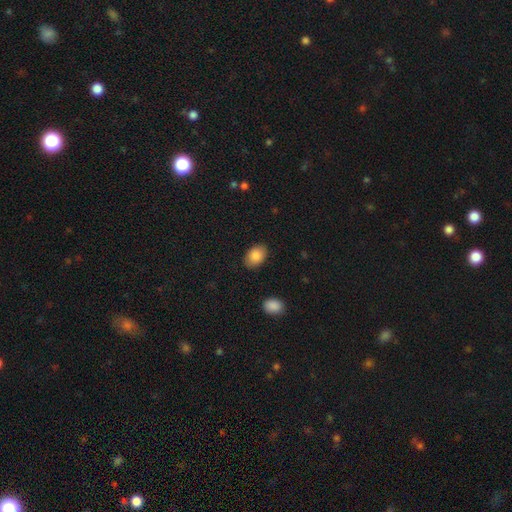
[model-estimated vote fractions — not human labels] smooth 87%, star or artifact 7%, featured or disk 6%. Down the decision tree: how rounded — in between (85%); merging — none (86%).